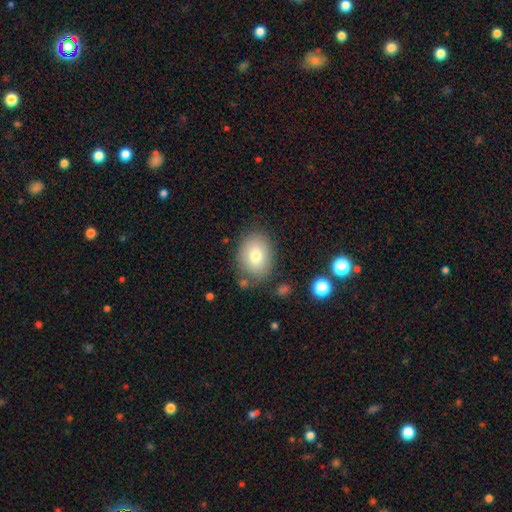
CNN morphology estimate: smooth_or_featured: smooth (p=0.78) [alt: featured or disk p=0.13]
how_rounded: in between (p=0.67) [alt: round p=0.32]
merging: none (p=0.78) [alt: minor disturbance p=0.14]